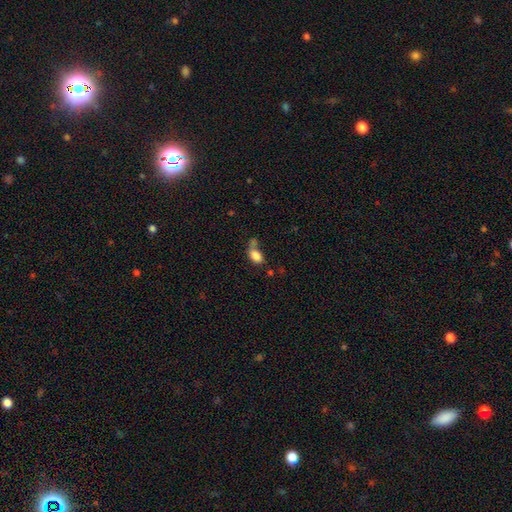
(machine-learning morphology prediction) Overall: smooth (81%). How rounded: in between (84%). Merging: none (33%; merger 31%).